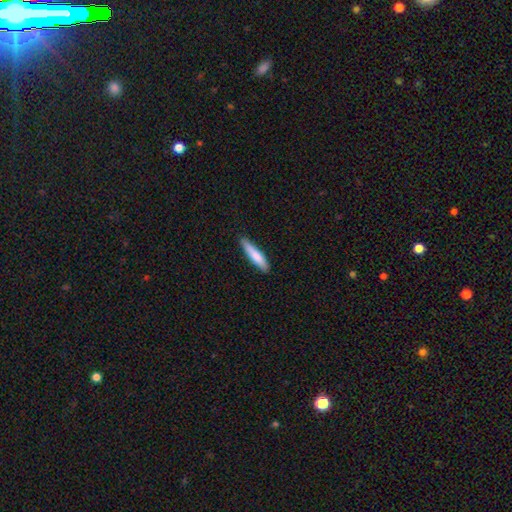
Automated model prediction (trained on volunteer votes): This is likely a smooth galaxy (78%). How rounded: clearly cigar-shaped (86%). Merging: clearly none (85%).